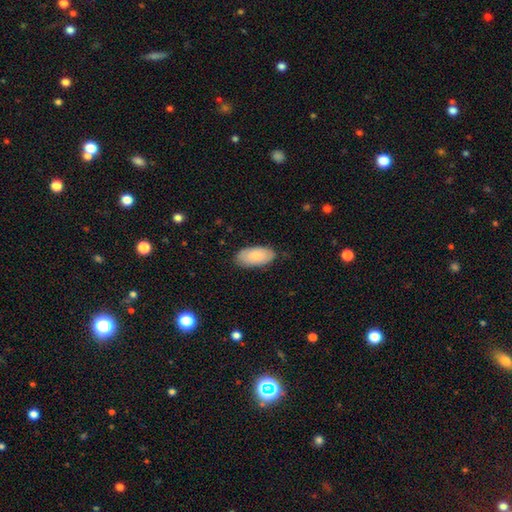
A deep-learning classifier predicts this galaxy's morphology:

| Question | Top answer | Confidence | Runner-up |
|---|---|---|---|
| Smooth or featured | smooth | 75% | featured or disk (19%) |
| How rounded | in between | 95% | cigar-shaped (3%) |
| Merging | none | 82% | minor disturbance (15%) |